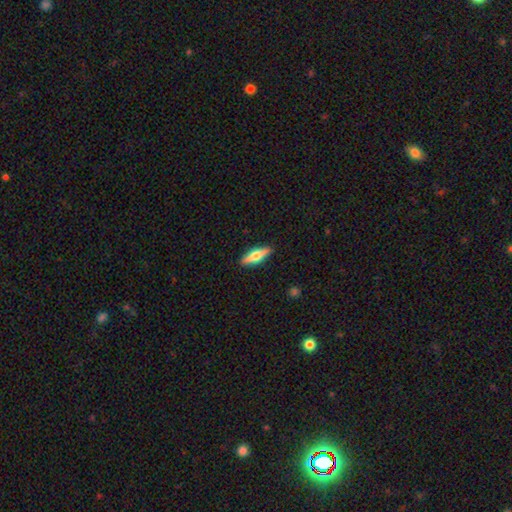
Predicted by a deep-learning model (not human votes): This is possibly a featured or disk galaxy (48%). Merging: clearly none (90%).